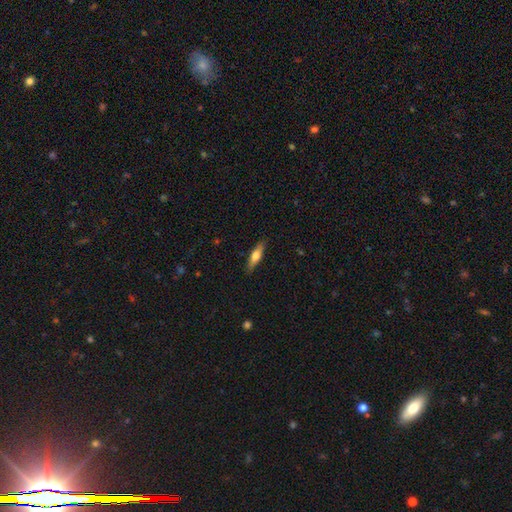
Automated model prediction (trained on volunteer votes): This is possibly a smooth galaxy (55%). How rounded: likely cigar-shaped (67%). Merging: clearly none (87%).